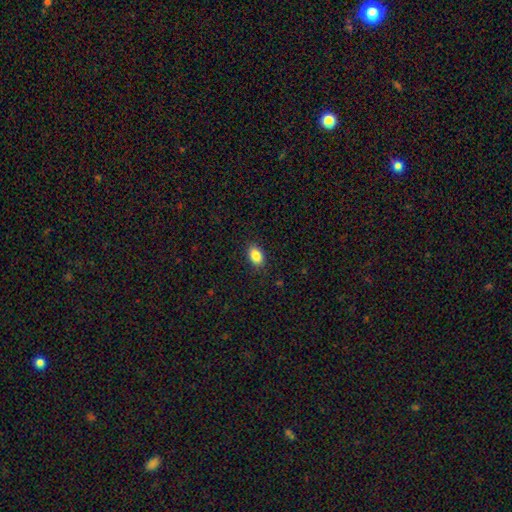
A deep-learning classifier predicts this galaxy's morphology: smooth-or-featured: smooth: 87% | star or artifact: 8% | featured or disk: 5%
  how-rounded: in between: 87% | round: 12% | cigar-shaped: 1%
  merging: none: 88% | minor disturbance: 9% | major disturbance: 2% | merger: 1%